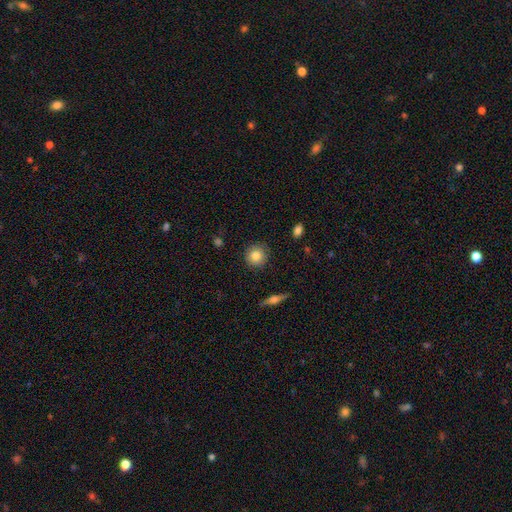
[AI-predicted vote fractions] The model was most divided on "smooth or featured": smooth: 83%, featured or disk: 9%, star or artifact: 8%. More confident: how rounded — round (92%); merging — none (89%).